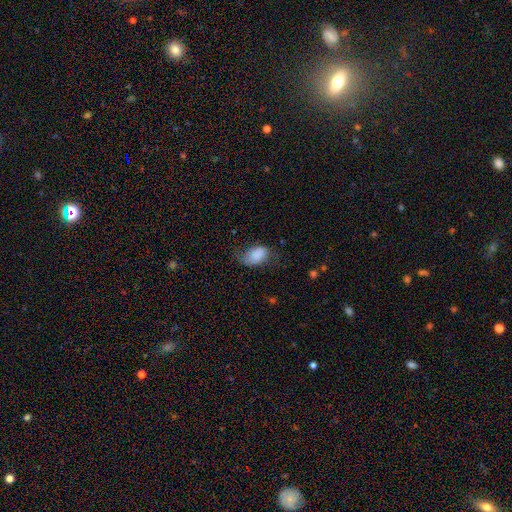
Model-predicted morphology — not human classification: Smooth or featured? smooth (75%)
How rounded? in between (89%)
Merging? none (43%)